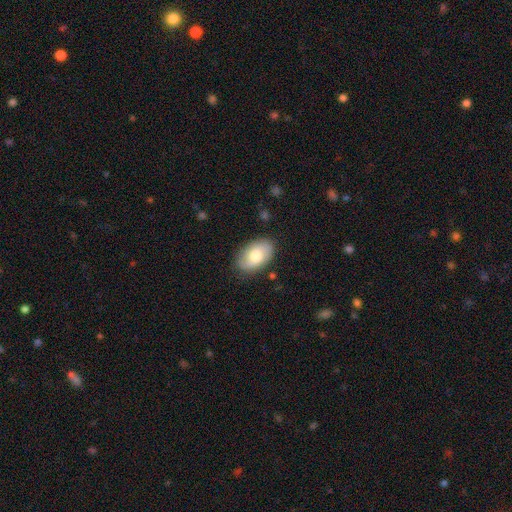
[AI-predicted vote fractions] The model was most divided on "smooth or featured": smooth: 68%, featured or disk: 26%, star or artifact: 6%. More confident: how rounded — in between (92%); merging — none (83%).